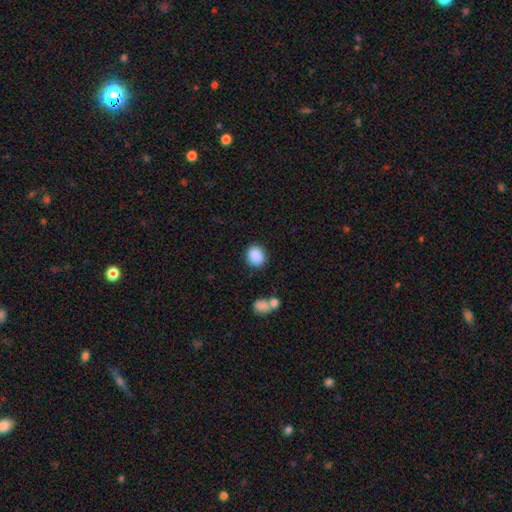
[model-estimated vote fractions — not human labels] smooth 89%, star or artifact 8%, featured or disk 3%. Down the decision tree: how rounded — round (59%); merging — none (84%).